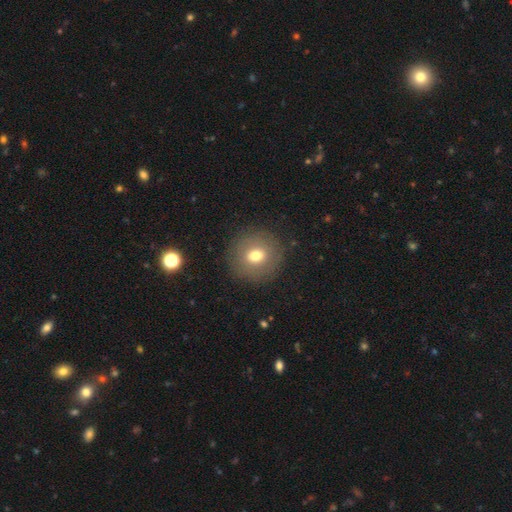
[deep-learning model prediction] This is likely a smooth galaxy (71%). How rounded: clearly round (90%). Merging: clearly none (88%).